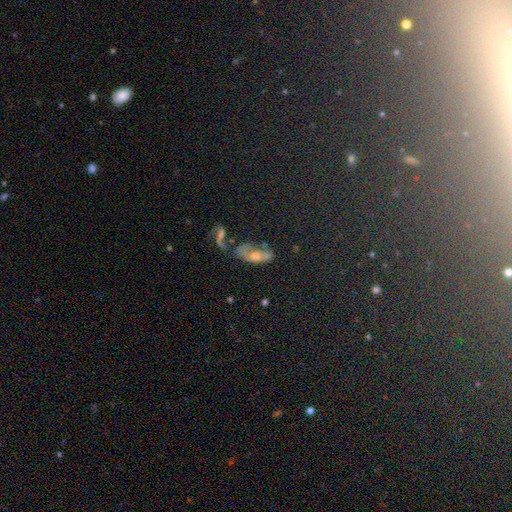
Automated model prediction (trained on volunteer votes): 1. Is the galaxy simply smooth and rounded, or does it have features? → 39% smooth, 38% featured or disk, 23% star or artifact.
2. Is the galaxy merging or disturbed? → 35% none, 24% major disturbance, 23% minor disturbance, 18% merger.